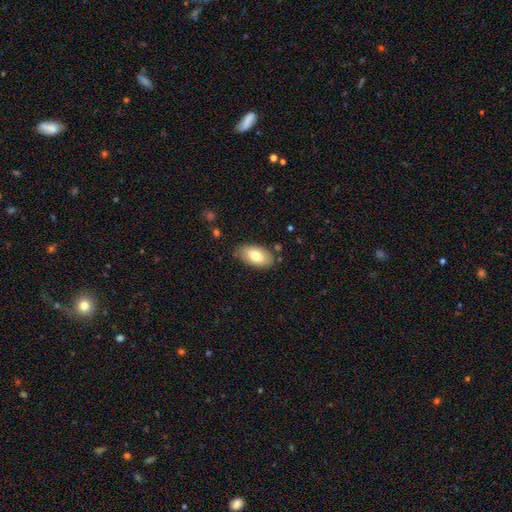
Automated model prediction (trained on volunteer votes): Smooth or featured?
  - smooth: 77% *
  - featured or disk: 17%
  - star or artifact: 6%
How rounded?
  - in between: 94% *
  - round: 4%
  - cigar-shaped: 2%
Merging?
  - none: 79% *
  - minor disturbance: 16%
  - major disturbance: 3%
  - merger: 2%